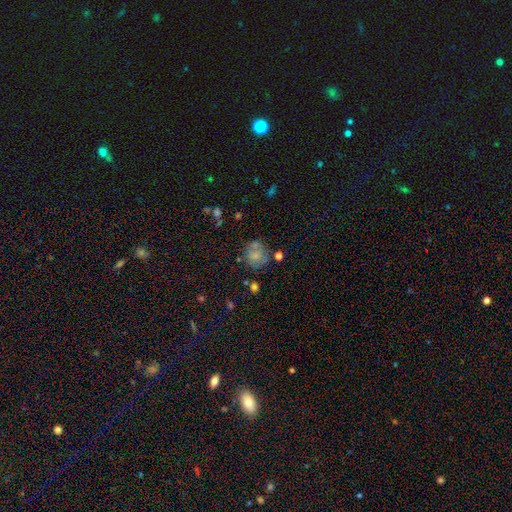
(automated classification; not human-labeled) Smooth or featured? Predicted: smooth (p=0.61). How rounded? Predicted: round (p=0.83). Merging? Predicted: none (p=0.60).